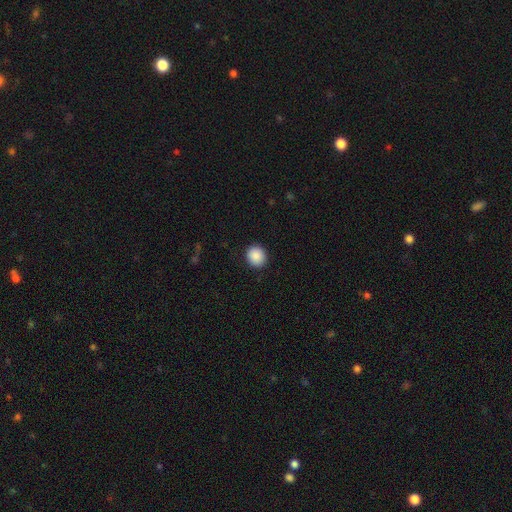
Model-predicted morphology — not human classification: smooth_or_featured: smooth (p=0.89) [alt: star or artifact p=0.08]
how_rounded: round (p=0.81) [alt: in between p=0.18]
merging: none (p=0.91) [alt: minor disturbance p=0.06]